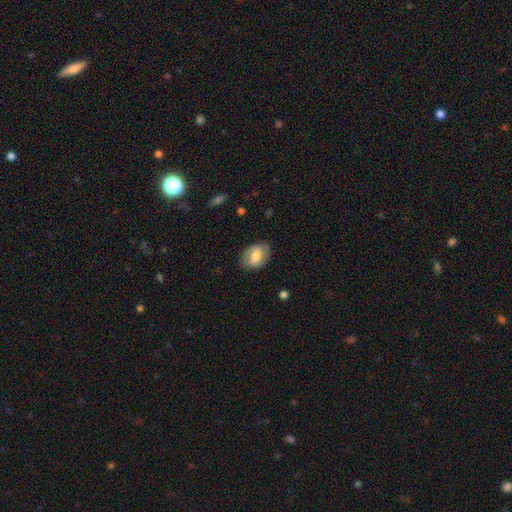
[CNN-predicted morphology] Overall: smooth (65%; featured or disk 28%). How rounded: in between (79%). Merging: none (80%).